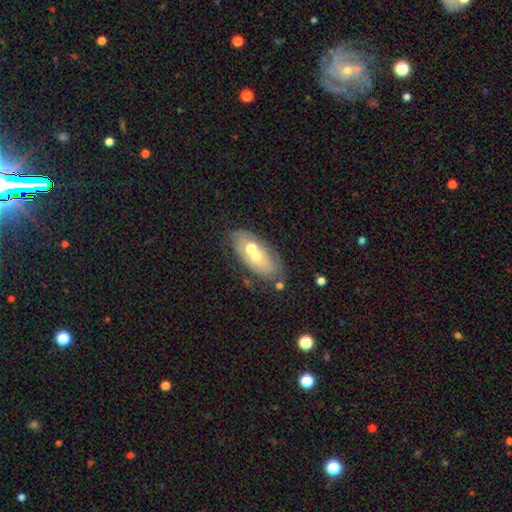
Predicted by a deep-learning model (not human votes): Smooth or featured?
  - featured or disk: 50% *
  - smooth: 41%
  - star or artifact: 9%
Merging?
  - none: 58% *
  - minor disturbance: 19%
  - merger: 17%
  - major disturbance: 7%